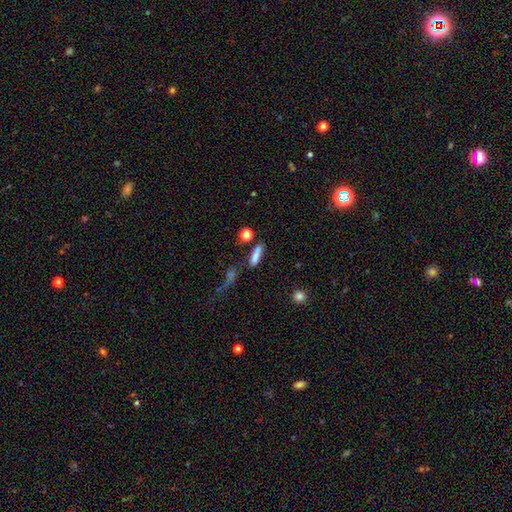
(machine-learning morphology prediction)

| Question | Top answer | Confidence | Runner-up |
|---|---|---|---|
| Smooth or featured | smooth | 77% | featured or disk (13%) |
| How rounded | cigar-shaped | 67% | in between (28%) |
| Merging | none | 61% | minor disturbance (16%) |